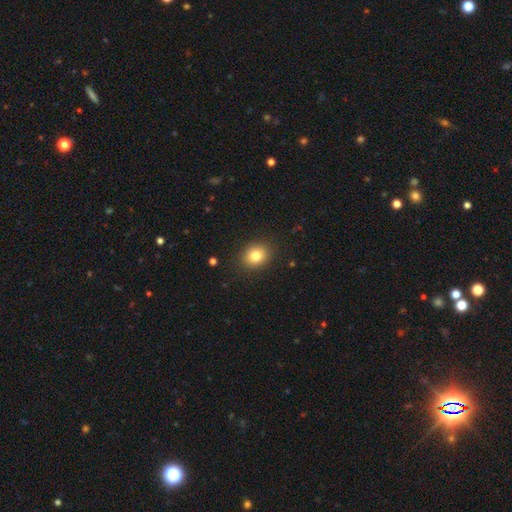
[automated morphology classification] This appears to be a smooth galaxy with no disk features (81%) that is round (63%). Merging: none (89%).